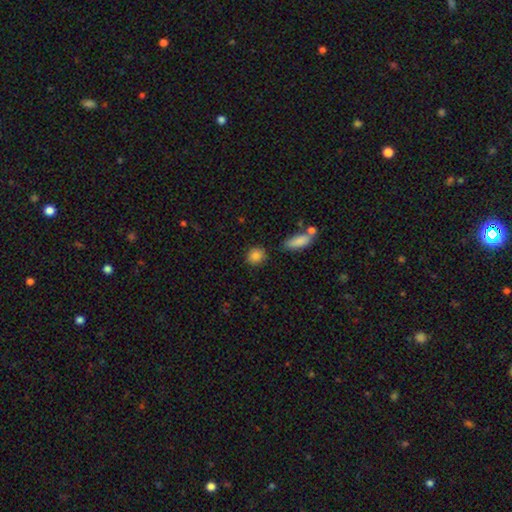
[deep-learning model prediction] A smooth galaxy with no disk features (85%) that is round (77%).

Vote fractions:
- Smooth or featured? smooth: 85% / star or artifact: 9% / featured or disk: 6%
- How rounded? round: 77% / in between: 21% / cigar-shaped: 2%
- Merging? none: 82% / minor disturbance: 11% / merger: 5% / major disturbance: 3%